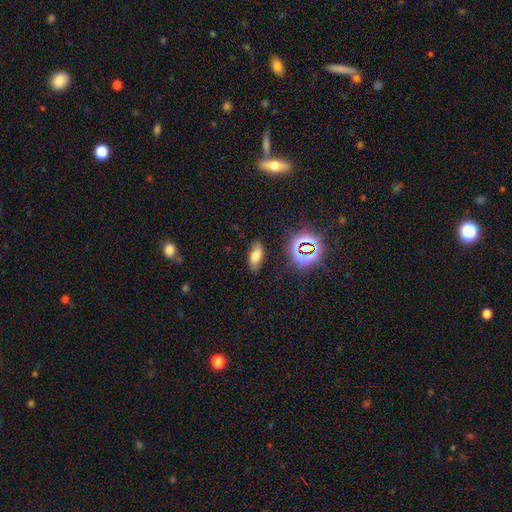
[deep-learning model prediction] smooth 68%, star or artifact 19%, featured or disk 13%. Down the decision tree: how rounded — in between (82%); merging — none (80%).